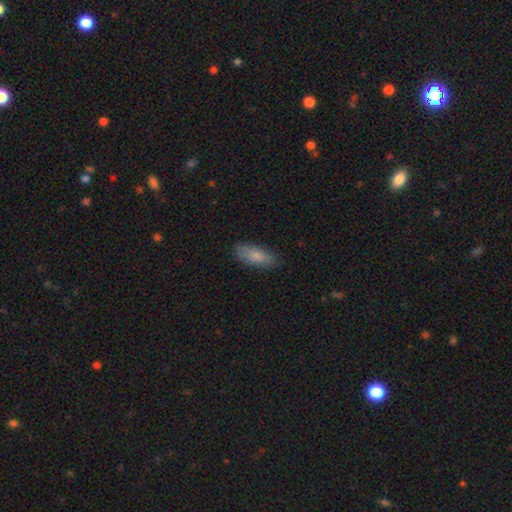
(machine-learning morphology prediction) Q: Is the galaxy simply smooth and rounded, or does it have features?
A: smooth — 83%.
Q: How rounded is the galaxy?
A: in between — 75%.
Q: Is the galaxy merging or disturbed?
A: none — 83%.